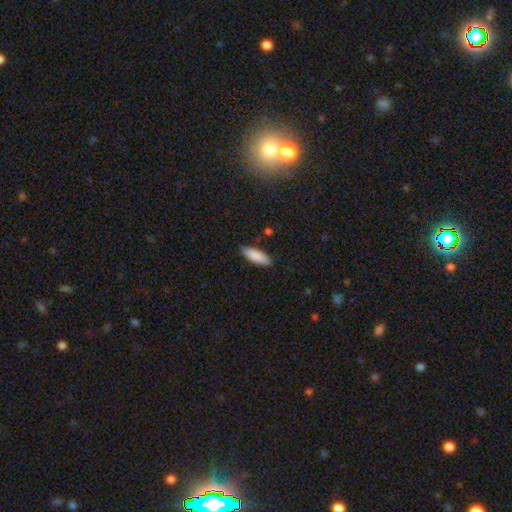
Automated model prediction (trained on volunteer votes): This appears to be a smooth galaxy with no disk features (88%) that is in between round and cigar-shaped (62%). Merging: none (85%).